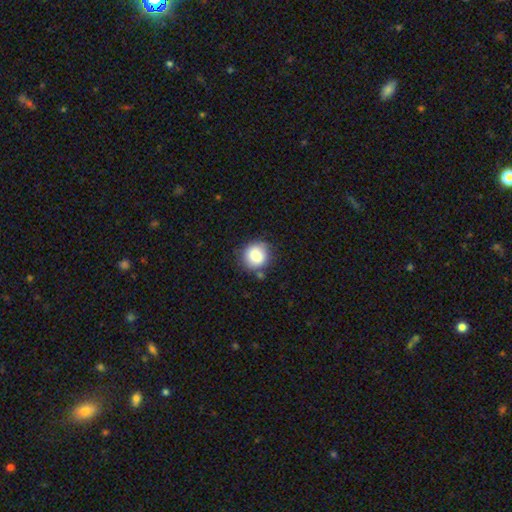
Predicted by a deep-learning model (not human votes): Overall: smooth (83%). How rounded: round (86%). Merging: none (77%).